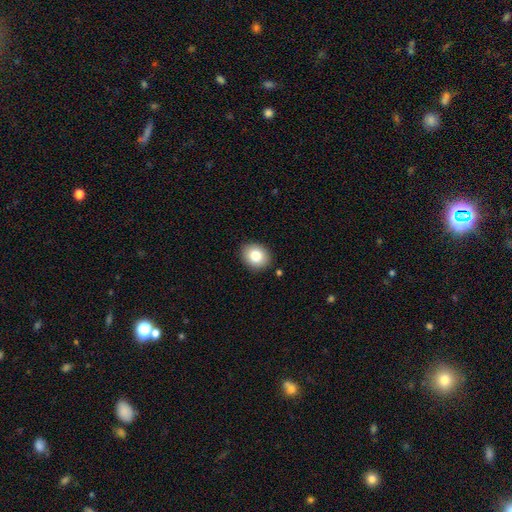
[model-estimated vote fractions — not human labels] The model was most divided on "how rounded": round: 55%, in between: 44%, cigar-shaped: 1%. More confident: merging — none (89%); smooth or featured — smooth (82%).